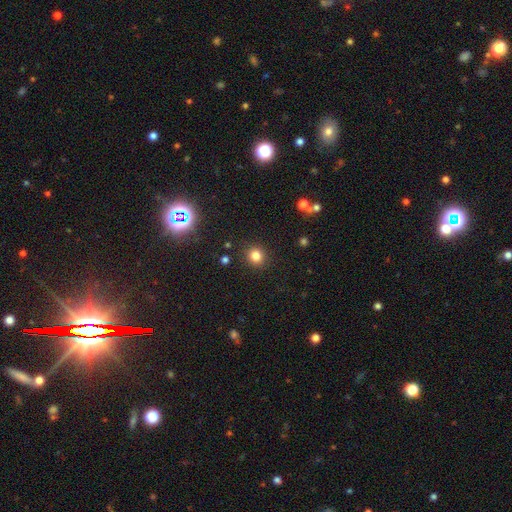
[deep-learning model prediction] The model was most divided on "smooth or featured": smooth: 81%, star or artifact: 14%, featured or disk: 5%. More confident: merging — none (90%); how rounded — round (88%).